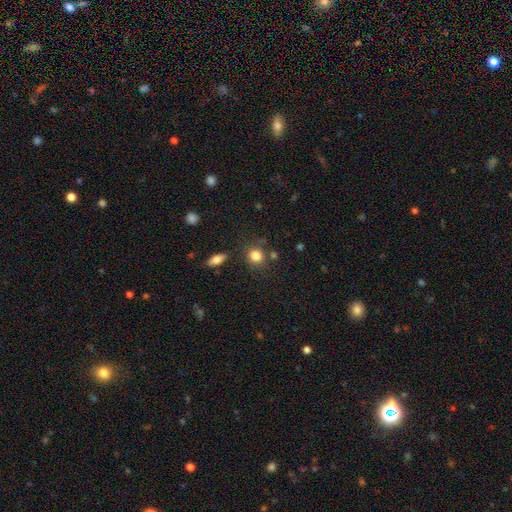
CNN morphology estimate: This appears to be a smooth galaxy with no disk features (82%) that is round (79%). Merging: none (77%).